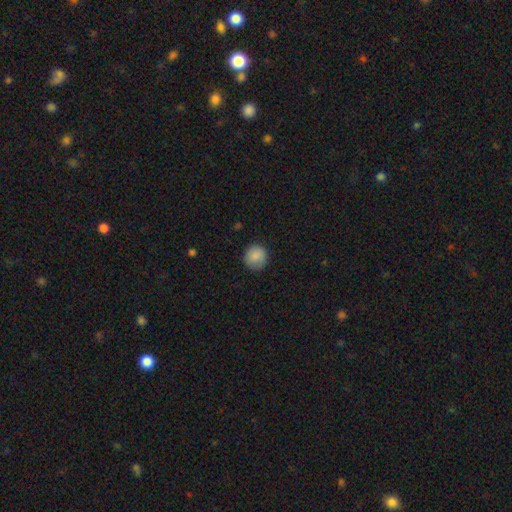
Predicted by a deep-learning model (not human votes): This appears to be a smooth galaxy with no disk features (87%) that is round (93%). Merging: none (87%).